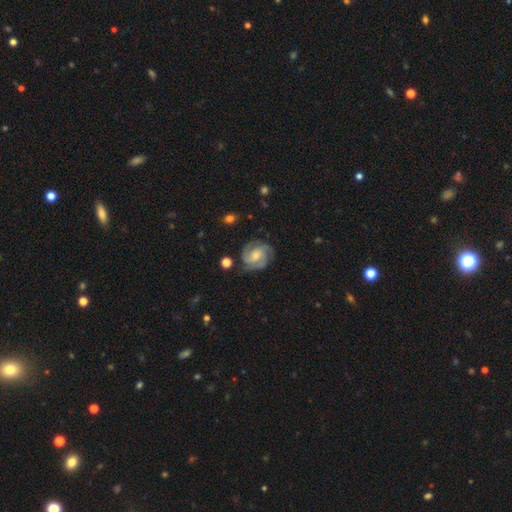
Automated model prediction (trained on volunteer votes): A featured or disk galaxy (84%) with no bar (57%), 3 (55%) tight (50%) spiral arms (97%) and a small central bulge (55%). Merging: none (77%).